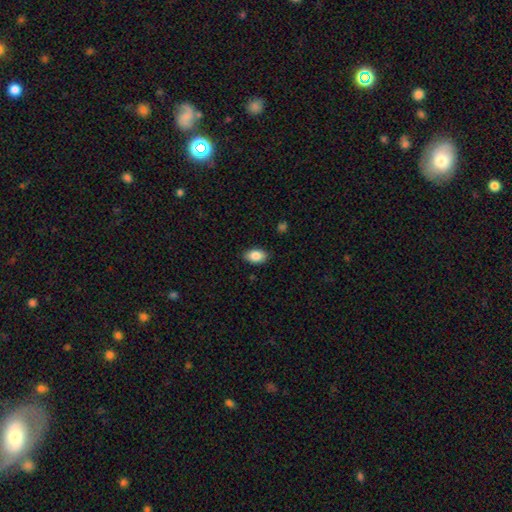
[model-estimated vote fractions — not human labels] Smooth or featured? smooth (87%)
How rounded? in between (89%)
Merging? none (87%)